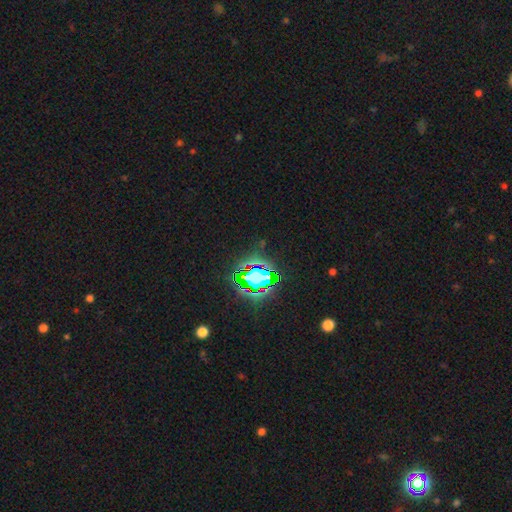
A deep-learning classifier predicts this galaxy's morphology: Overall: star or artifact (80%).